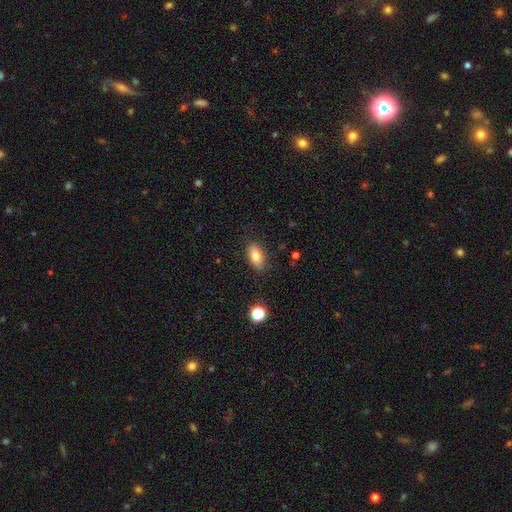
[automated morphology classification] smooth-or-featured: smooth: 80% | featured or disk: 11% | star or artifact: 9%
  how-rounded: in between: 88% | cigar-shaped: 6% | round: 6%
  merging: none: 85% | minor disturbance: 11% | major disturbance: 3% | merger: 1%